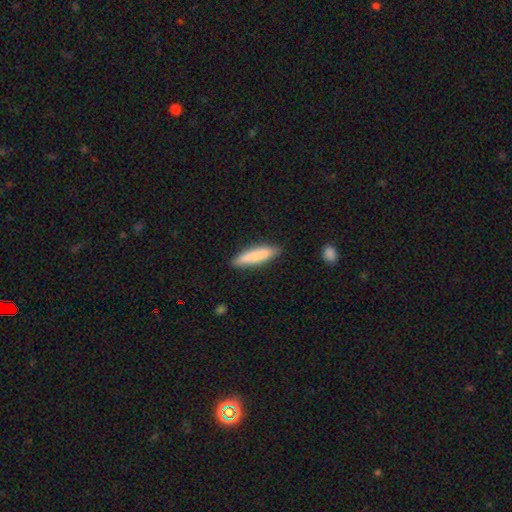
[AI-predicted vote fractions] Morphology: type=smooth (81%); roundness=cigar-shaped (79%); merging=none (86%).